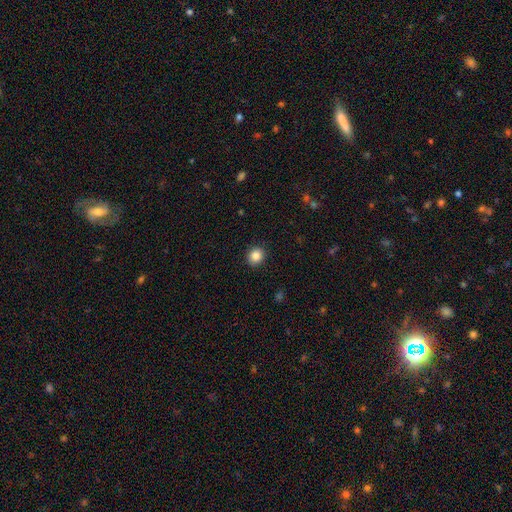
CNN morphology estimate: smooth-or-featured: smooth: 86% | star or artifact: 10% | featured or disk: 4%
  how-rounded: round: 81% | in between: 18% | cigar-shaped: 1%
  merging: none: 91% | minor disturbance: 6% | major disturbance: 2% | merger: 1%